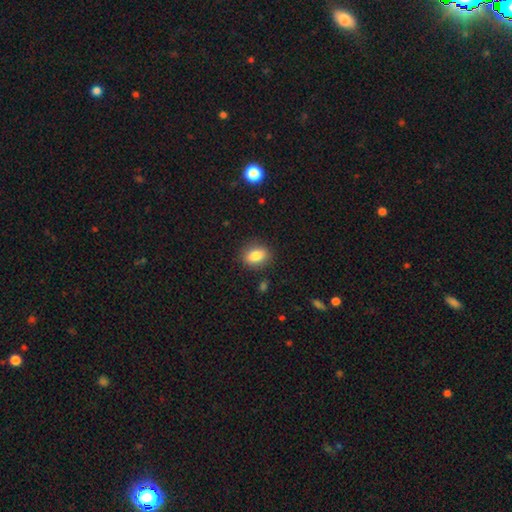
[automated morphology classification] Smooth or featured?
  - smooth: 83% *
  - star or artifact: 9%
  - featured or disk: 8%
How rounded?
  - in between: 70% *
  - round: 28%
  - cigar-shaped: 2%
Merging?
  - none: 86% *
  - minor disturbance: 9%
  - major disturbance: 3%
  - merger: 1%